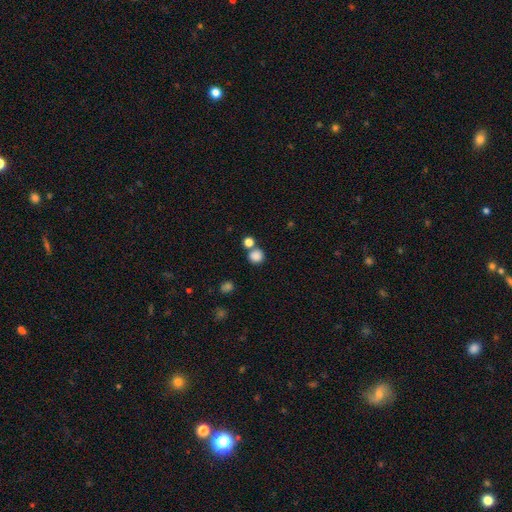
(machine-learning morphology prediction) This is clearly a smooth galaxy (84%). How rounded: clearly round (89%). Merging: likely none (63%).